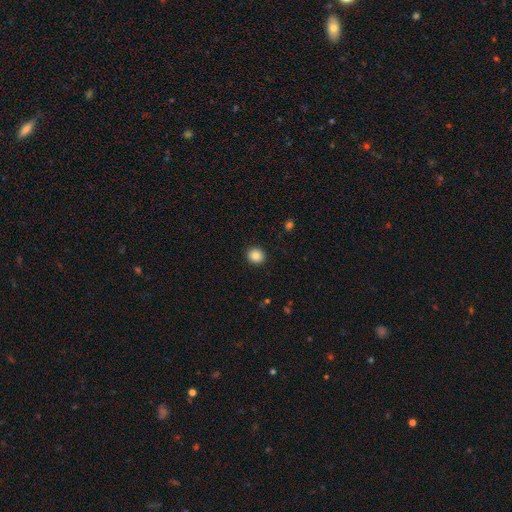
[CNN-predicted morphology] smooth 85%, star or artifact 10%, featured or disk 5%. Down the decision tree: how rounded — round (88%); merging — none (92%).